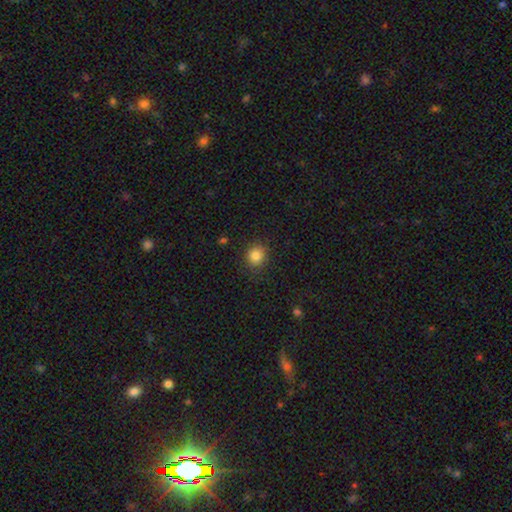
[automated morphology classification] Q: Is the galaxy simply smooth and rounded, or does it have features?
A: smooth — 84%.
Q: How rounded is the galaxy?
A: round — 84%.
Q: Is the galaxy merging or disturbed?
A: none — 87%.